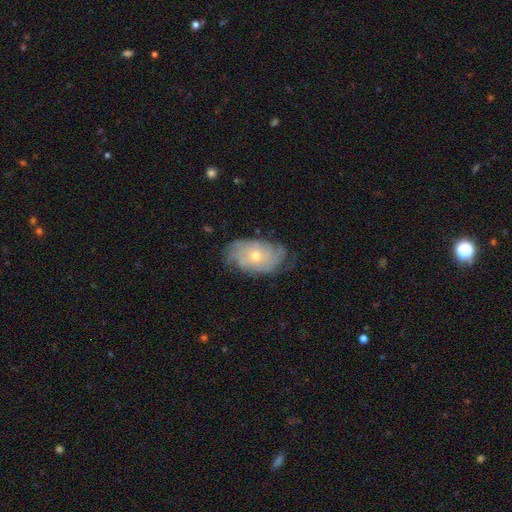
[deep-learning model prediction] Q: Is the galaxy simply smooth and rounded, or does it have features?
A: featured or disk — 71%.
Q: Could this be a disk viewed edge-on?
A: no — 94%.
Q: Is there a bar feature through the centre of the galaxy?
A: no — 83%.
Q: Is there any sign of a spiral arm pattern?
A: yes — 89%.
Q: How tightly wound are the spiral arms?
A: tight — 65%.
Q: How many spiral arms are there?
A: can't tell — 49%.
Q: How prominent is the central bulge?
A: small — 56%.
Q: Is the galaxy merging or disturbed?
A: none — 73%.